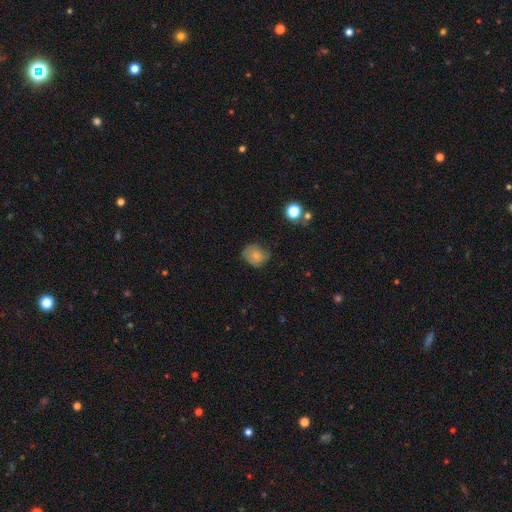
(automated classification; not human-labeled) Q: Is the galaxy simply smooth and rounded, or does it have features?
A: smooth — 71%.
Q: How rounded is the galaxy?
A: round — 60%.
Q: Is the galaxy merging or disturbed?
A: none — 52%.